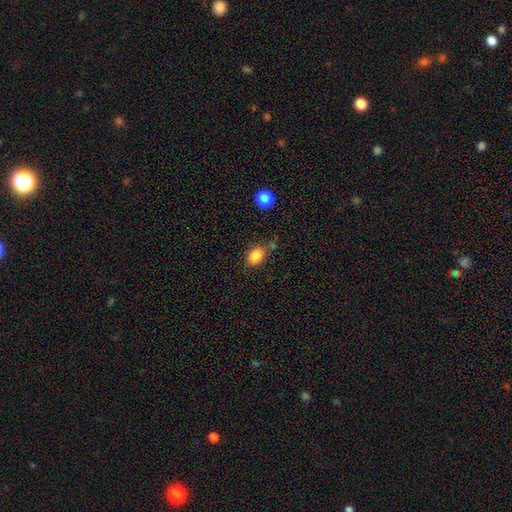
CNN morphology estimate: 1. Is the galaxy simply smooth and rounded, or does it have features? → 86% smooth, 9% star or artifact, 5% featured or disk.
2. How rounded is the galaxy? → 70% in between, 29% round, 1% cigar-shaped.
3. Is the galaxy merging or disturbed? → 69% none, 18% minor disturbance, 9% merger, 5% major disturbance.